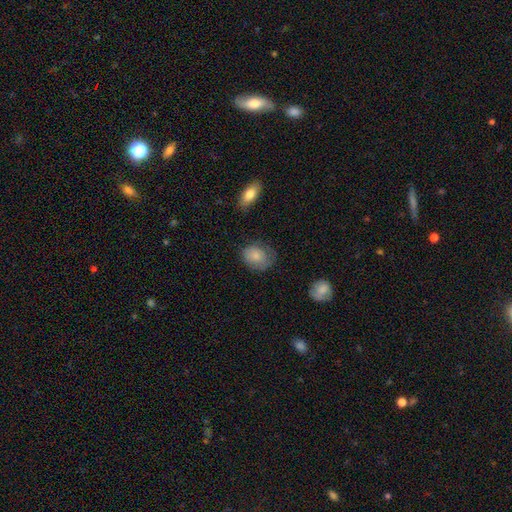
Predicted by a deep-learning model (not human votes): smooth 75%, featured or disk 18%, star or artifact 7%. Down the decision tree: how rounded — in between (51%); merging — none (55%).